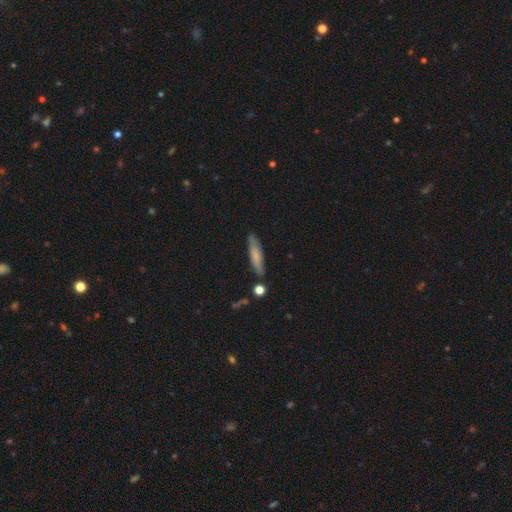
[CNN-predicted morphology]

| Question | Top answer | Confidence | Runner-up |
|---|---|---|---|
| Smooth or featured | smooth | 69% | featured or disk (23%) |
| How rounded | cigar-shaped | 79% | in between (19%) |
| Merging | none | 81% | minor disturbance (12%) |